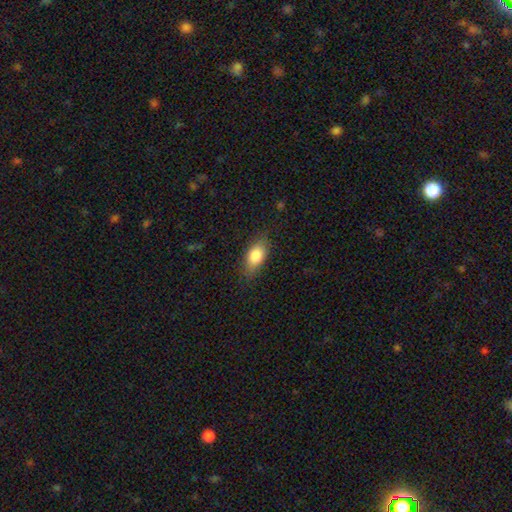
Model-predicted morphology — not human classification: Smooth or featured: smooth — 82% (featured or disk — 11%)
How rounded: in between — 85% (cigar-shaped — 9%)
Merging: none — 80% (minor disturbance — 15%)